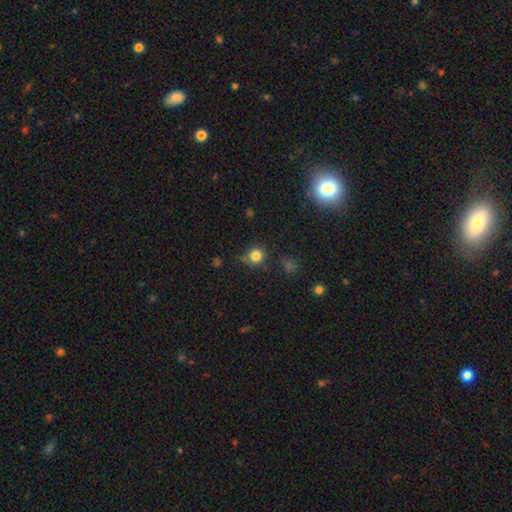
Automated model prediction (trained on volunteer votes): The model was most divided on "merging": none: 77%, minor disturbance: 14%, merger: 5%, major disturbance: 4%. More confident: how rounded — round (91%); smooth or featured — smooth (81%).